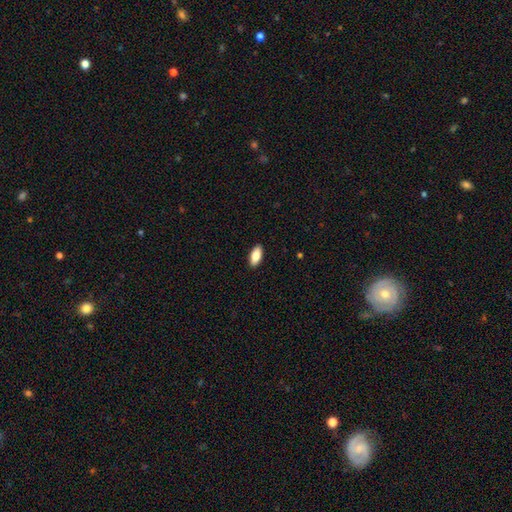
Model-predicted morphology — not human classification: Overall: smooth (84%). How rounded: in between (88%). Merging: none (91%).